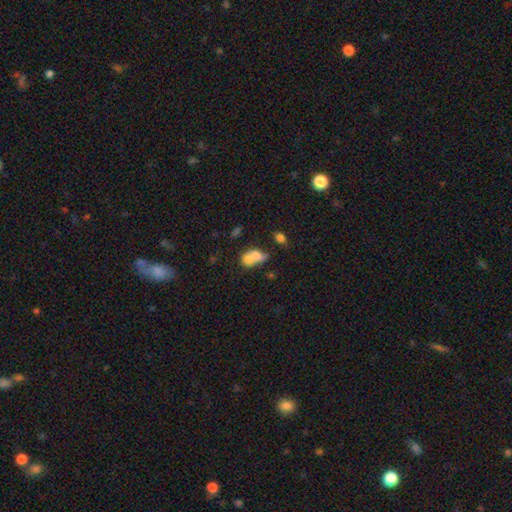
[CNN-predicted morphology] Q: Smooth or featured?
A: smooth (70%); runner-up: featured or disk (19%)
Q: How rounded?
A: in between (62%); runner-up: round (35%)
Q: Merging?
A: merger (67%); runner-up: none (19%)